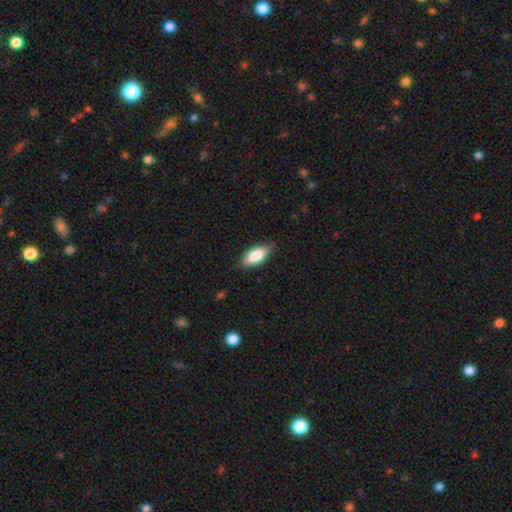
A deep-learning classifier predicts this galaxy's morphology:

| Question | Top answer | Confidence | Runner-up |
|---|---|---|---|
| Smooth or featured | smooth | 84% | featured or disk (10%) |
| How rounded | in between | 87% | cigar-shaped (10%) |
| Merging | none | 81% | minor disturbance (15%) |